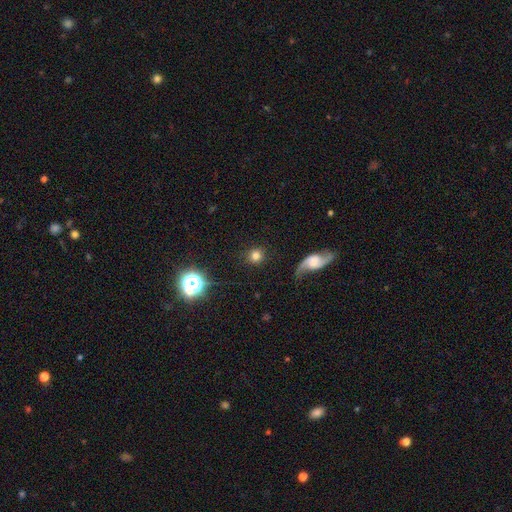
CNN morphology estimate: The model was most divided on "smooth or featured": smooth: 74%, star or artifact: 13%, featured or disk: 13%. More confident: how rounded — round (93%); merging — none (87%).